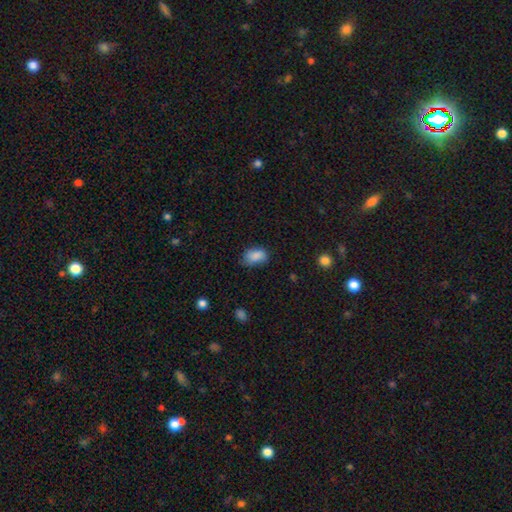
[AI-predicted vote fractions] smooth-or-featured: smooth: 86% | star or artifact: 9% | featured or disk: 6%
  how-rounded: in between: 86% | round: 12% | cigar-shaped: 2%
  merging: none: 63% | minor disturbance: 30% | major disturbance: 6% | merger: 2%